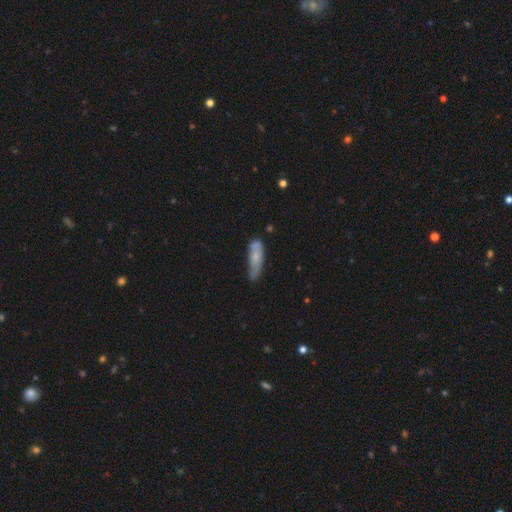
smooth-or-featured: smooth: 74% | featured or disk: 23% | star or artifact: 3%
  how-rounded: cigar-shaped: 83% | in between: 17% | round: 0%
  merging: none: 42% | minor disturbance: 39% | major disturbance: 13% | merger: 5%